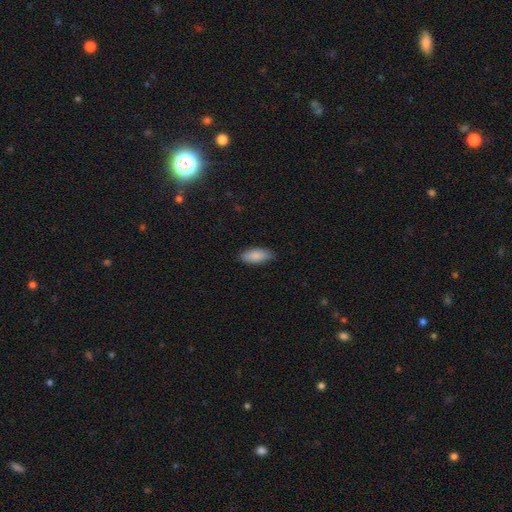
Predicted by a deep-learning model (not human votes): smooth_or_featured: smooth (p=0.88) [alt: featured or disk p=0.06]
how_rounded: in between (p=0.86) [alt: cigar-shaped p=0.12]
merging: none (p=0.85) [alt: minor disturbance p=0.12]